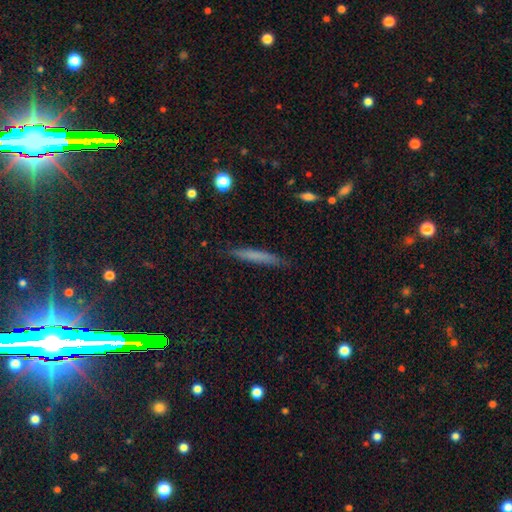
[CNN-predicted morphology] Smooth or featured?
  - smooth: 66% *
  - featured or disk: 25%
  - star or artifact: 9%
How rounded?
  - cigar-shaped: 94% *
  - in between: 4%
  - round: 2%
Merging?
  - none: 86% *
  - minor disturbance: 10%
  - major disturbance: 2%
  - merger: 1%